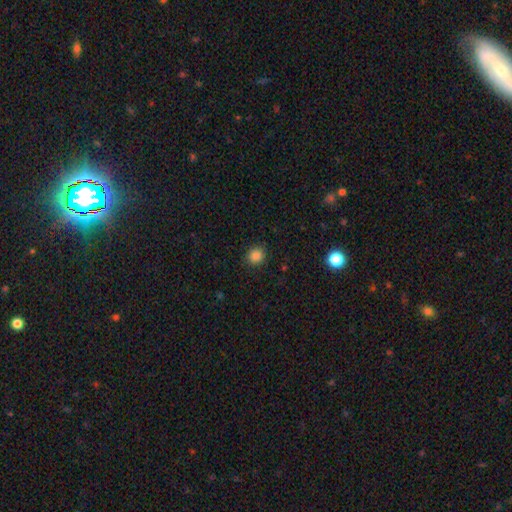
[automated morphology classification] Smooth or featured?
  - smooth: 85% *
  - star or artifact: 12%
  - featured or disk: 3%
How rounded?
  - round: 86% *
  - in between: 13%
  - cigar-shaped: 1%
Merging?
  - none: 89% *
  - minor disturbance: 7%
  - major disturbance: 2%
  - merger: 1%